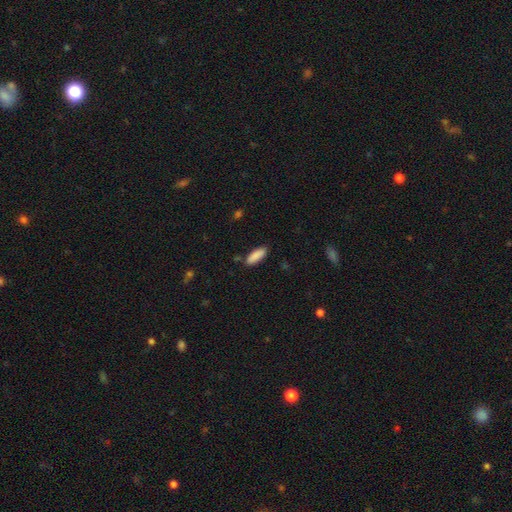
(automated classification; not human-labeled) Smooth or featured? Predicted: smooth (p=0.89). How rounded? Predicted: in between (p=0.67). Merging? Predicted: none (p=0.85).